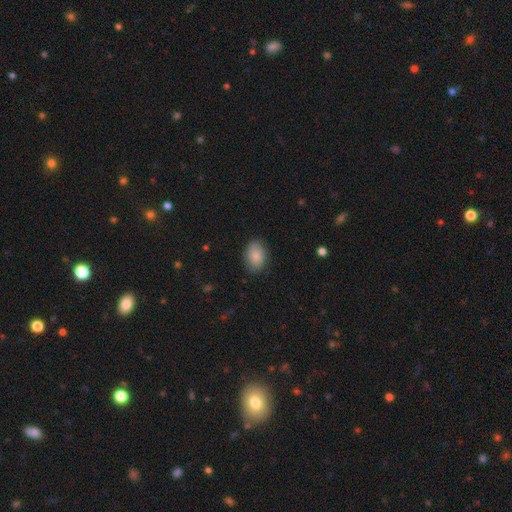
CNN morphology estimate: A smooth galaxy with no disk features (85%) that is in between round and cigar-shaped (84%). Merging: none (82%).